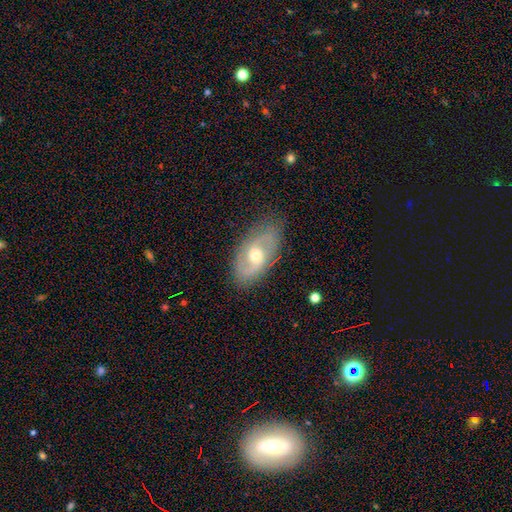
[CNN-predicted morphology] This appears to be a featured or disk galaxy (72%) with no bar (51%), 2 (82%) medium (45%) spiral arms (84%) and a moderate central bulge (72%). Merging: none (81%).